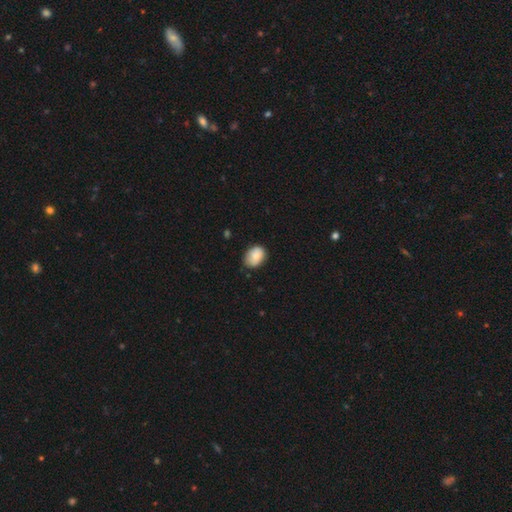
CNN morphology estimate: smooth 82%, featured or disk 11%, star or artifact 7%. Down the decision tree: how rounded — in between (71%); merging — none (75%).